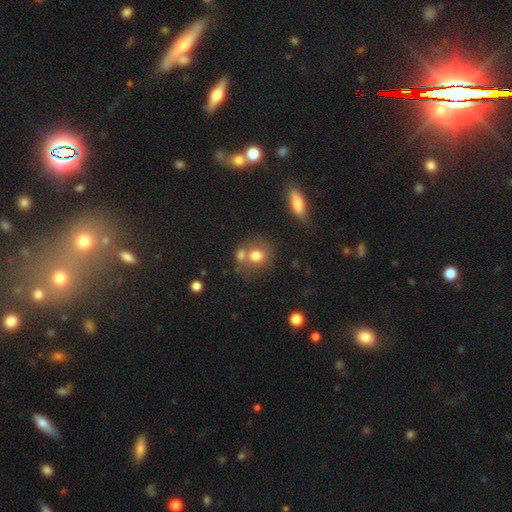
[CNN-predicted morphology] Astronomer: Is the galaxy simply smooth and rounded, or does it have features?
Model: smooth — 74%.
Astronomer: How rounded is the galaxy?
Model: round — 68%.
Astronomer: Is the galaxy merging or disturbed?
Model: none — 49% (runner-up: merger, 35%).